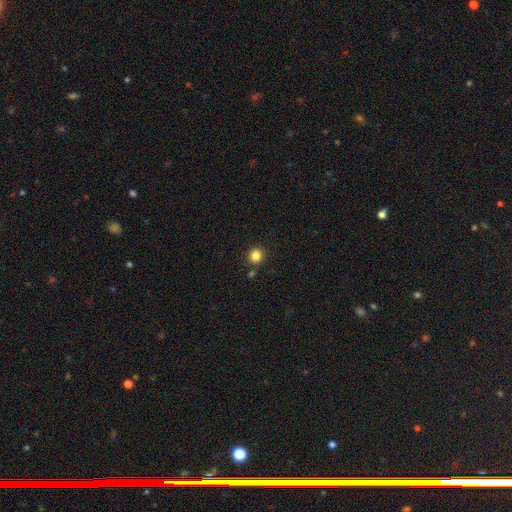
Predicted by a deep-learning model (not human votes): A smooth galaxy with no disk features (83%) that is round (89%). Merging: none (86%).